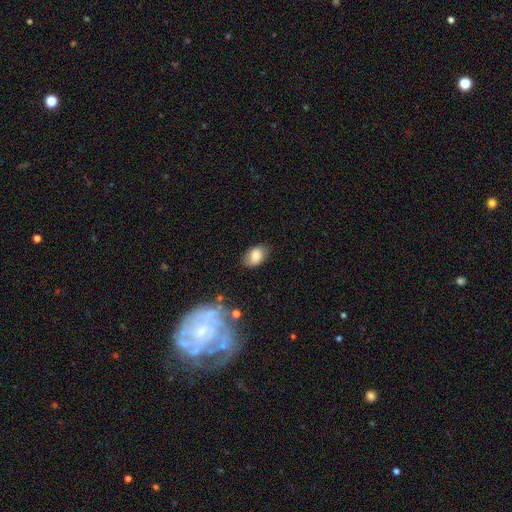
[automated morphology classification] Overall: smooth (77%). How rounded: in between (88%). Merging: none (79%).